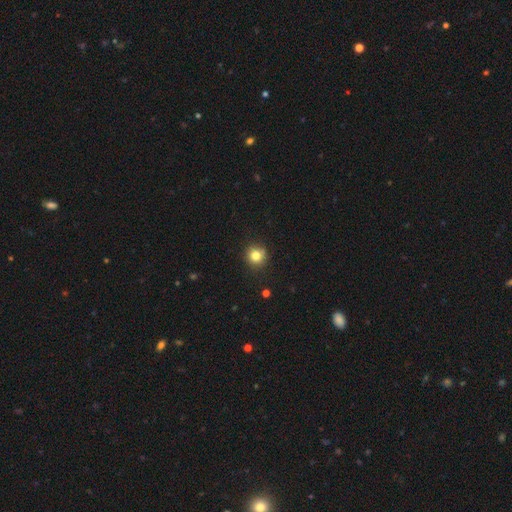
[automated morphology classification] Q: Smooth or featured?
A: smooth (81%); runner-up: star or artifact (13%)
Q: How rounded?
A: round (92%); runner-up: in between (7%)
Q: Merging?
A: none (87%); runner-up: minor disturbance (9%)